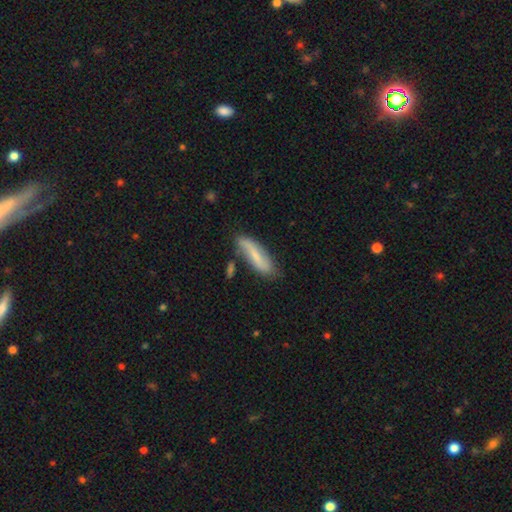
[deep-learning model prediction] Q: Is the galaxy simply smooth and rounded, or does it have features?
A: featured or disk — 47%, tied with smooth.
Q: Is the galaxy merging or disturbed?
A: none — 70%.